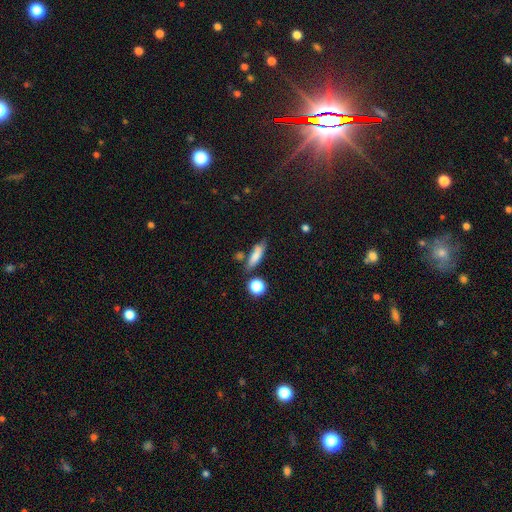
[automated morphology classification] A smooth galaxy with no disk features (77%) that is cigar-shaped (59%). Merging: none (67%).